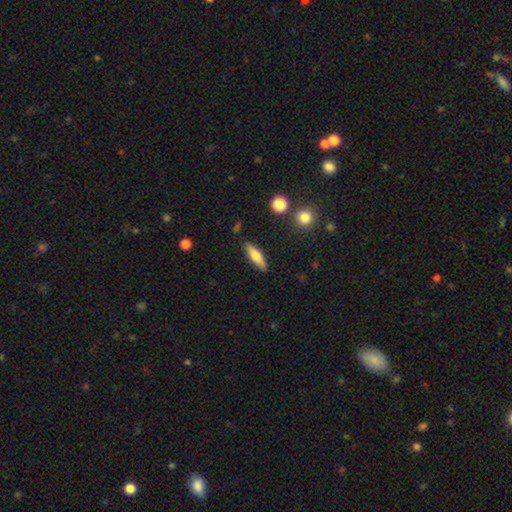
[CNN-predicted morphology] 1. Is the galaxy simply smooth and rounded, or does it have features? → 66% smooth, 27% featured or disk, 7% star or artifact.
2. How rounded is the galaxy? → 56% cigar-shaped, 42% in between, 3% round.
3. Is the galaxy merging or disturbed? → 85% none, 10% minor disturbance, 2% major disturbance, 2% merger.